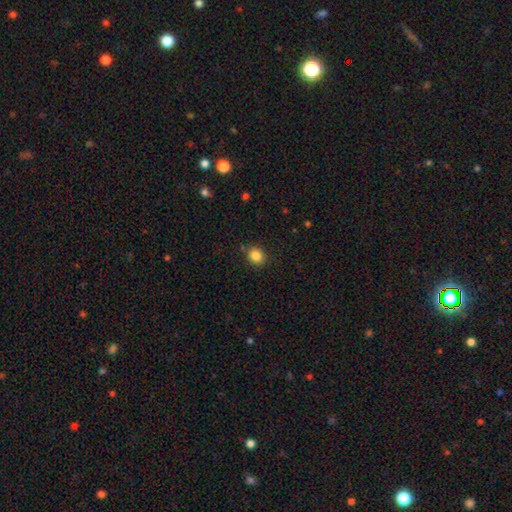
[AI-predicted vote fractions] This is clearly a smooth galaxy (84%). How rounded: likely round (73%). Merging: clearly none (87%).